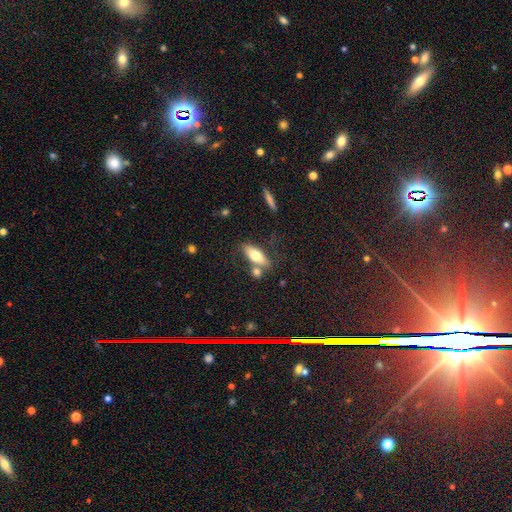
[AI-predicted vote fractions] Smooth or featured? Predicted: smooth (p=0.68). How rounded? Predicted: in between (p=0.68). Merging? Predicted: none (p=0.64).